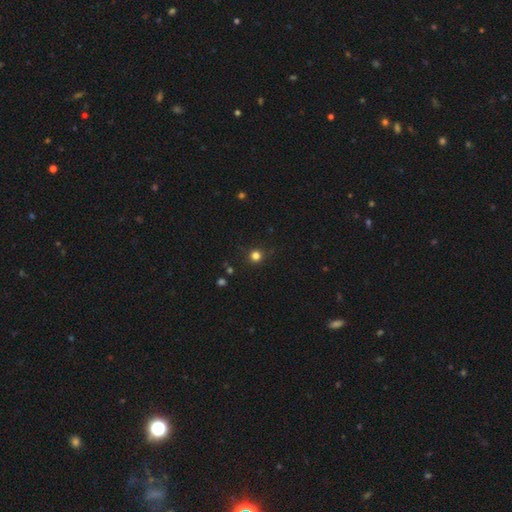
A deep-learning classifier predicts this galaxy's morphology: smooth_or_featured: smooth (p=0.80) [alt: star or artifact p=0.16]
how_rounded: round (p=0.95) [alt: in between p=0.04]
merging: none (p=0.89) [alt: minor disturbance p=0.07]